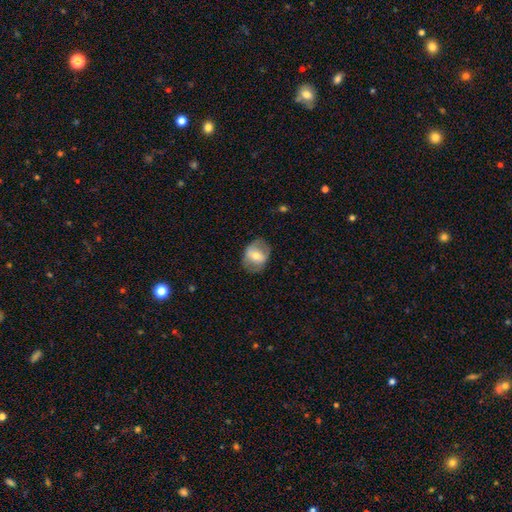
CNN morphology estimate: type=smooth (48%); merging=none (74%).